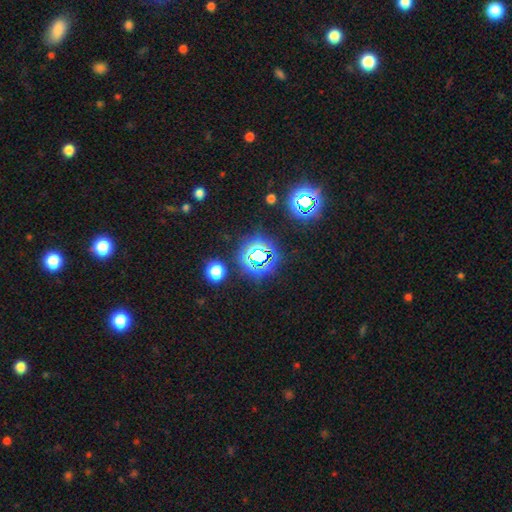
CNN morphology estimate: A star or artifact, not a galaxy (71%).

Vote fractions:
- Smooth or featured? star or artifact: 71% / smooth: 20% / featured or disk: 9%